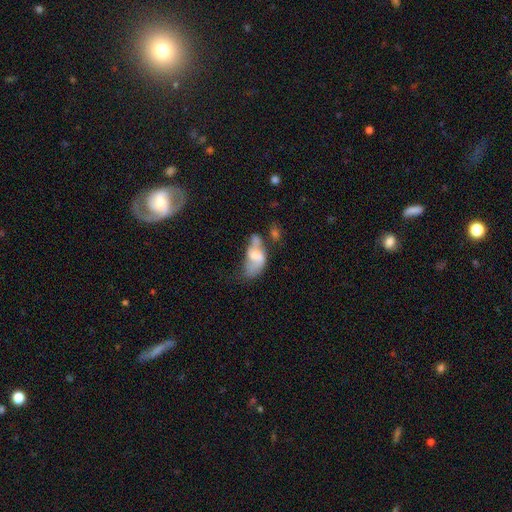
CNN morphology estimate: smooth-or-featured: smooth: 50% | featured or disk: 41% | star or artifact: 9%
  merging: merger: 33% | major disturbance: 28% | minor disturbance: 20% | none: 19%